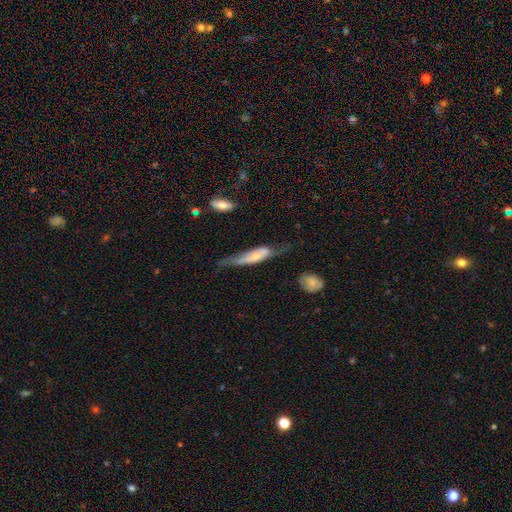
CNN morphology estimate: Smooth or featured? Predicted: featured or disk (p=0.57). Edge-on disk? Predicted: yes (p=0.67). Merging? Predicted: none (p=0.38).